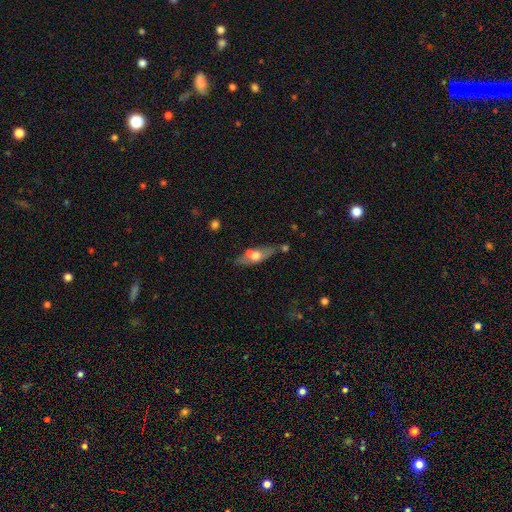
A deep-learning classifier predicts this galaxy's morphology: Smooth or featured? featured or disk (48%)
Merging? none (57%)